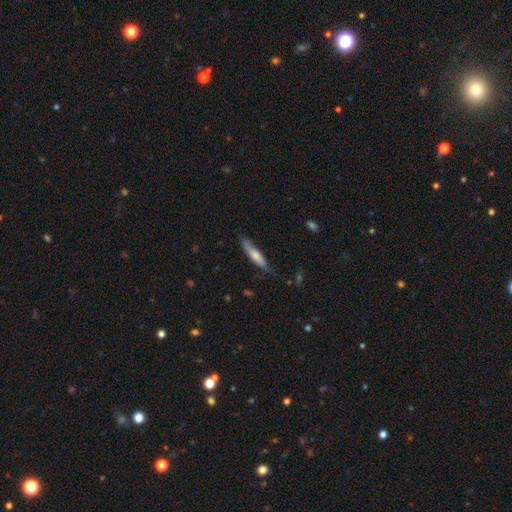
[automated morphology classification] Smooth or featured?
  - smooth: 62% *
  - featured or disk: 32%
  - star or artifact: 6%
How rounded?
  - cigar-shaped: 84% *
  - in between: 15%
  - round: 1%
Merging?
  - none: 70% *
  - minor disturbance: 23%
  - major disturbance: 5%
  - merger: 2%